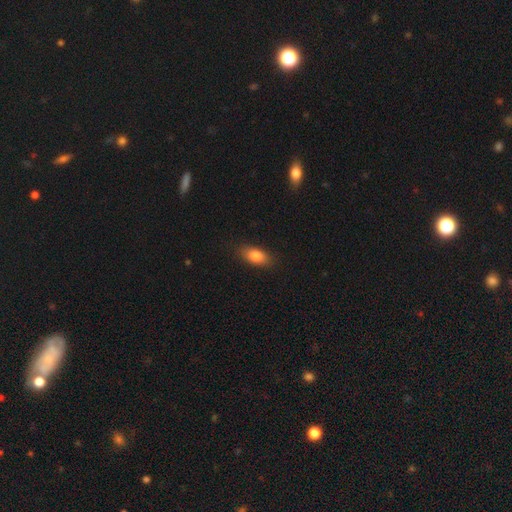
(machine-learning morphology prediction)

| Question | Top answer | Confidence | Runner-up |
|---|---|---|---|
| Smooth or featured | smooth | 83% | featured or disk (9%) |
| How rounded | in between | 87% | round (6%) |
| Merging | none | 85% | minor disturbance (11%) |